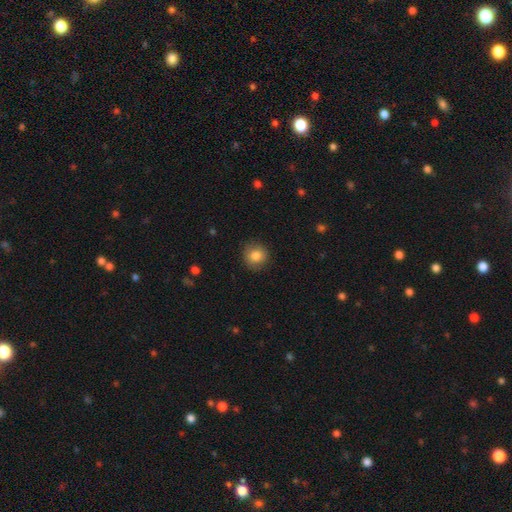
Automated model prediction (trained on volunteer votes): Smooth or featured?
  - smooth: 83% *
  - star or artifact: 9%
  - featured or disk: 8%
How rounded?
  - round: 90% *
  - in between: 9%
  - cigar-shaped: 1%
Merging?
  - none: 86% *
  - minor disturbance: 10%
  - major disturbance: 3%
  - merger: 1%